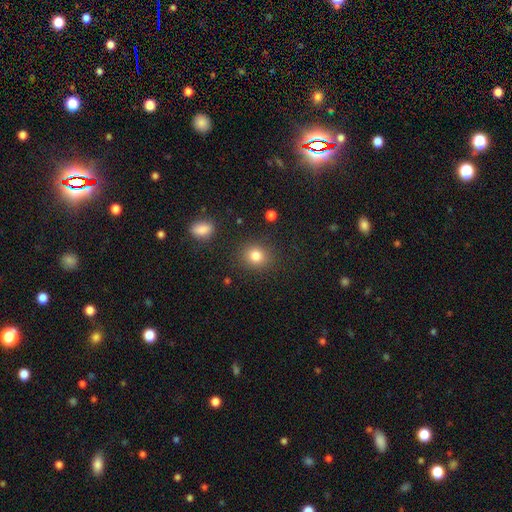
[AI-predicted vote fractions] The model was most divided on "how rounded": round: 76%, in between: 23%, cigar-shaped: 1%. More confident: merging — none (87%); smooth or featured — smooth (82%).